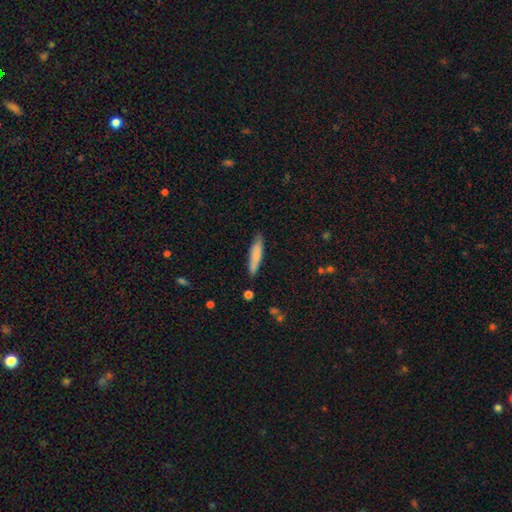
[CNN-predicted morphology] type=smooth (73%); roundness=cigar-shaped (86%); merging=none (84%).